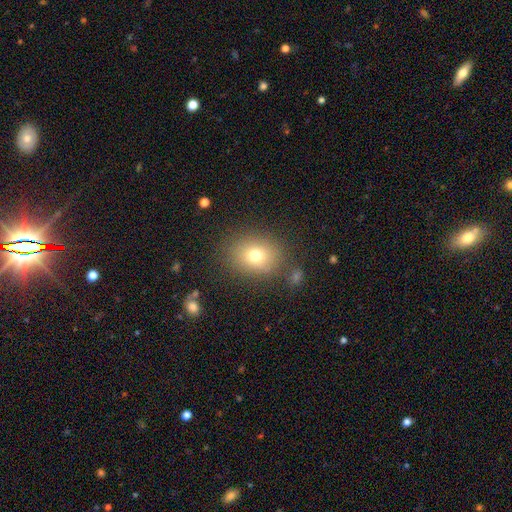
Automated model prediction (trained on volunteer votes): The model was most divided on "how rounded": round: 60%, in between: 39%, cigar-shaped: 1%. More confident: merging — none (80%); smooth or featured — smooth (73%).